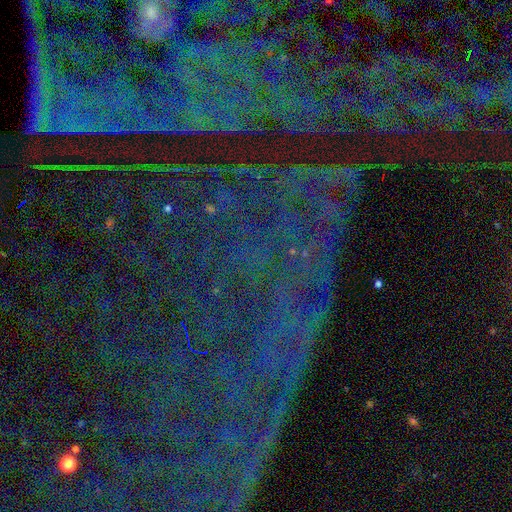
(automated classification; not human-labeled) Overall: star or artifact (82%).